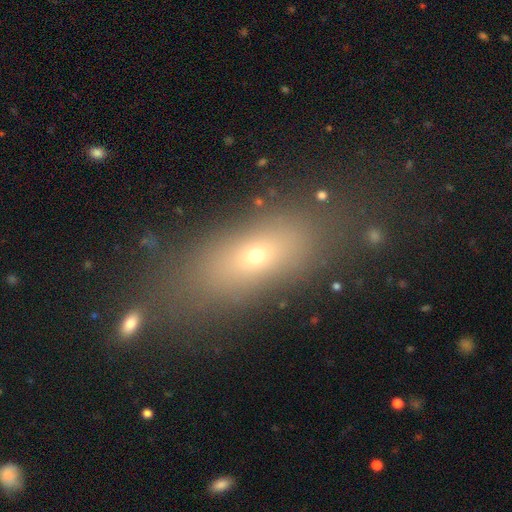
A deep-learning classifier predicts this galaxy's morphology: Smooth or featured: smooth — 62% (featured or disk — 20%)
How rounded: in between — 65% (cigar-shaped — 25%)
Merging: none — 79% (minor disturbance — 11%)